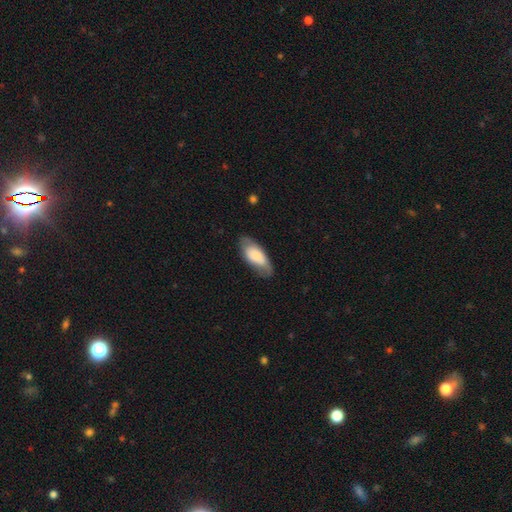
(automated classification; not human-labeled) A smooth galaxy with no disk features (69%) that is in between round and cigar-shaped (85%).

Vote fractions:
- Smooth or featured? smooth: 69% / featured or disk: 25% / star or artifact: 6%
- How rounded? in between: 85% / cigar-shaped: 13% / round: 2%
- Merging? none: 69% / minor disturbance: 22% / major disturbance: 7% / merger: 2%